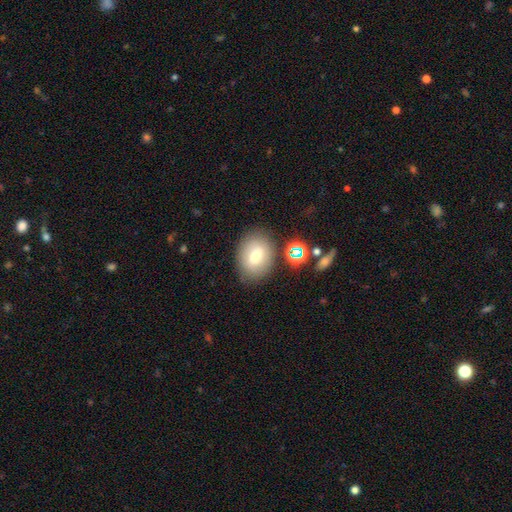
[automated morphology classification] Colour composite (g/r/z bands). It shows a smooth galaxy with no disk features (71%) that is in between round and cigar-shaped (66%). Merging: none (77%).